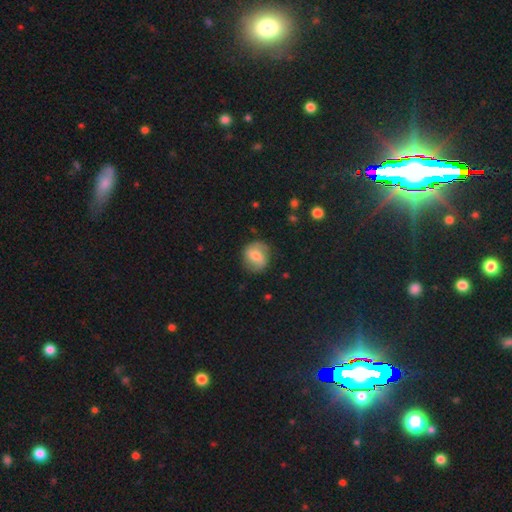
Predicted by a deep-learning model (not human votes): Smooth or featured? Predicted: smooth (p=0.51). How rounded? Predicted: round (p=0.78). Merging? Predicted: none (p=0.78).